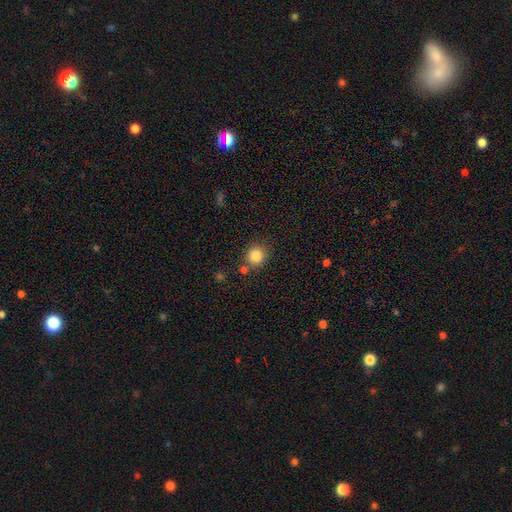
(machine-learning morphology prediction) smooth 84%, star or artifact 11%, featured or disk 5%. Down the decision tree: how rounded — round (87%); merging — none (77%).